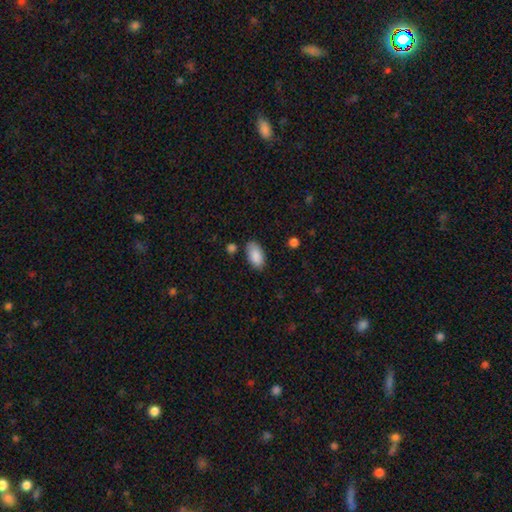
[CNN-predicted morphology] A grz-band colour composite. It shows a smooth galaxy with no disk features (89%) that is in between round and cigar-shaped (95%). Merging: none (79%).